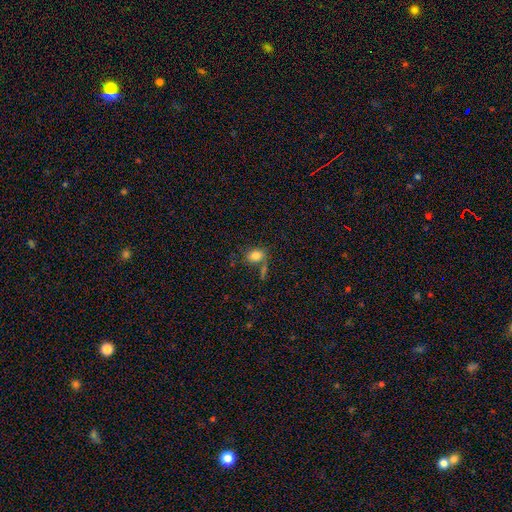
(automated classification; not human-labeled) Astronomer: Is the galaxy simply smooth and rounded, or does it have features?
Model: smooth — 81%.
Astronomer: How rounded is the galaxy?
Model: in between — 71%.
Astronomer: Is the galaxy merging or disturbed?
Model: none — 58%.